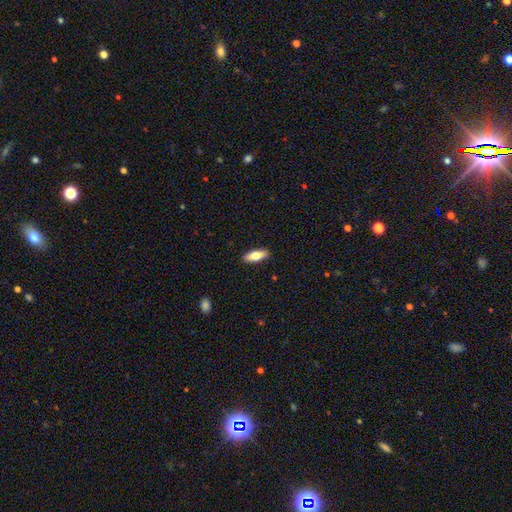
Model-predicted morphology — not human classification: Q: Smooth or featured?
A: smooth (73%); runner-up: featured or disk (21%)
Q: How rounded?
A: in between (65%); runner-up: cigar-shaped (33%)
Q: Merging?
A: none (90%); runner-up: minor disturbance (7%)